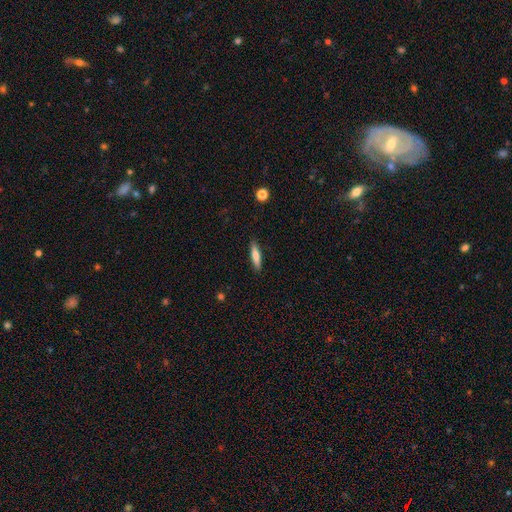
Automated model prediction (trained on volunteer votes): Q: Smooth or featured?
A: smooth (74%); runner-up: featured or disk (20%)
Q: How rounded?
A: cigar-shaped (80%); runner-up: in between (18%)
Q: Merging?
A: none (89%); runner-up: minor disturbance (8%)